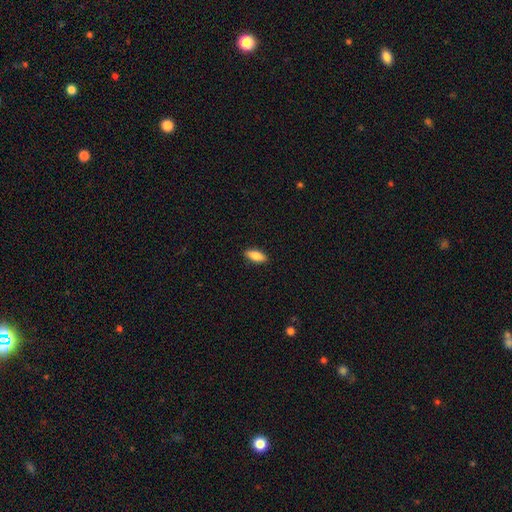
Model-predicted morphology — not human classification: Smooth or featured? Predicted: smooth (p=0.85). How rounded? Predicted: in between (p=0.79). Merging? Predicted: none (p=0.90).